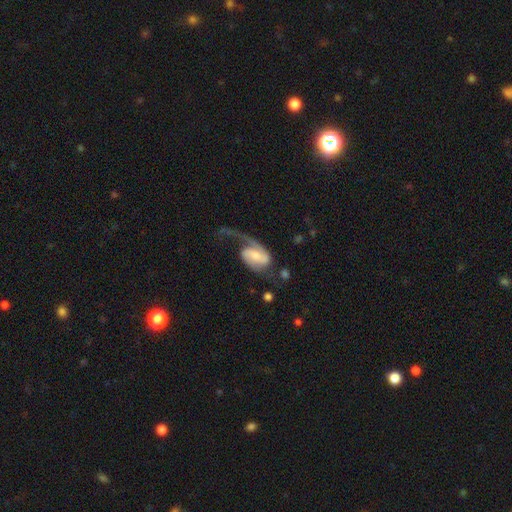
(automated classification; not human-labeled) Smooth or featured? Predicted: featured or disk (p=0.76). Edge-on disk? Predicted: no (p=0.97). Bar? Predicted: weak (p=0.44). Spiral arms? Predicted: yes (p=0.92). Spiral winding? Predicted: loose (p=0.59). Spiral arm count? Predicted: 2 (p=0.53). Bulge size? Predicted: moderate (p=0.37). Merging? Predicted: major disturbance (p=0.50).